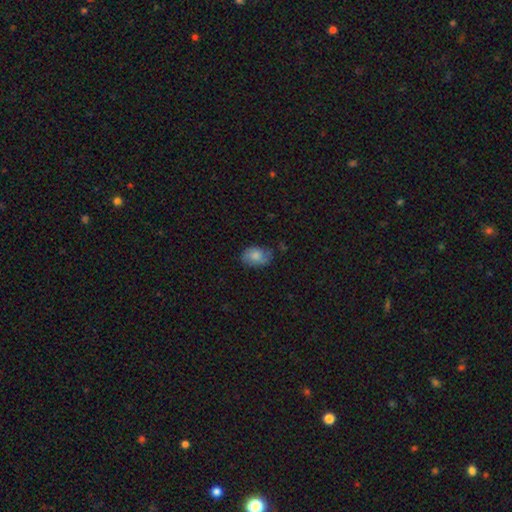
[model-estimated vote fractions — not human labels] smooth 77%, featured or disk 15%, star or artifact 7%. Down the decision tree: how rounded — in between (82%); merging — none (64%).